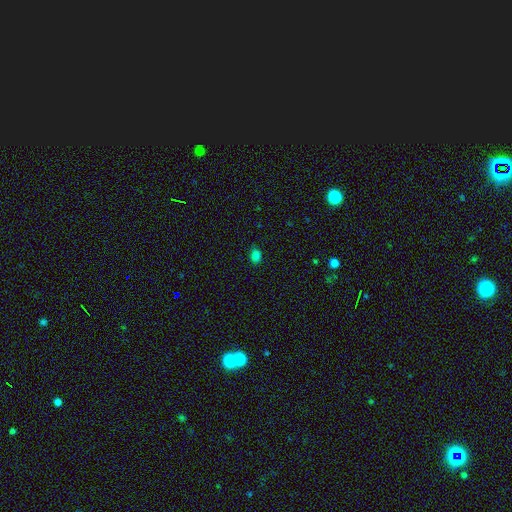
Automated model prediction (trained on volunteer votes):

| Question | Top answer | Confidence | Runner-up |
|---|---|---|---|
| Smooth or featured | smooth | 80% | star or artifact (16%) |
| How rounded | in between | 61% | round (38%) |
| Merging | none | 84% | minor disturbance (12%) |